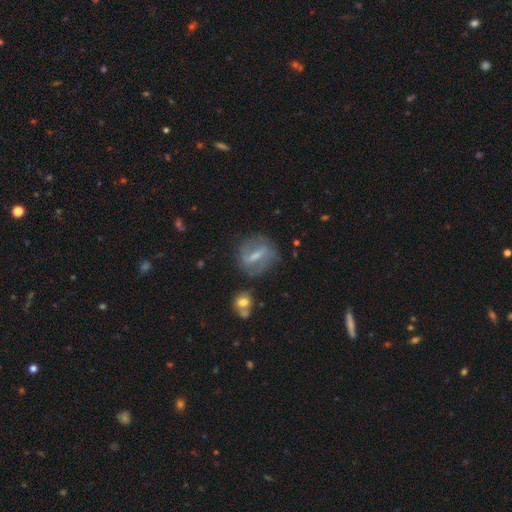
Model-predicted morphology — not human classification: Smooth or featured? featured or disk (64%)
Edge-on disk? no (87%)
Bar? strong (57%)
Spiral arms? yes (58%)
Bulge size? small (40%)
Merging? none (69%)